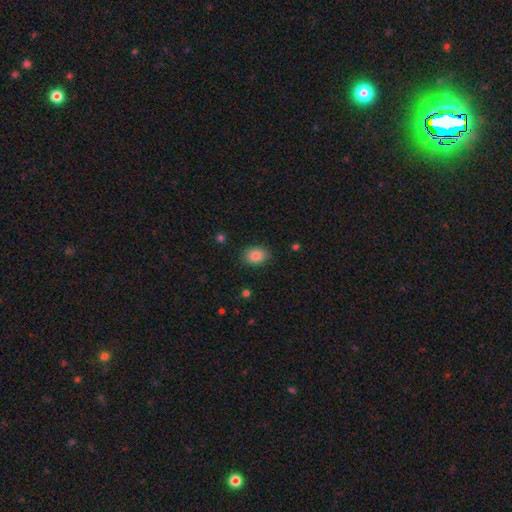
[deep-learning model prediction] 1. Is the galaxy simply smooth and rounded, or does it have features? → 86% smooth, 8% star or artifact, 5% featured or disk.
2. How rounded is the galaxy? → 68% in between, 31% round, 1% cigar-shaped.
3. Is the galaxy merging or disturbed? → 86% none, 10% minor disturbance, 3% major disturbance, 1% merger.